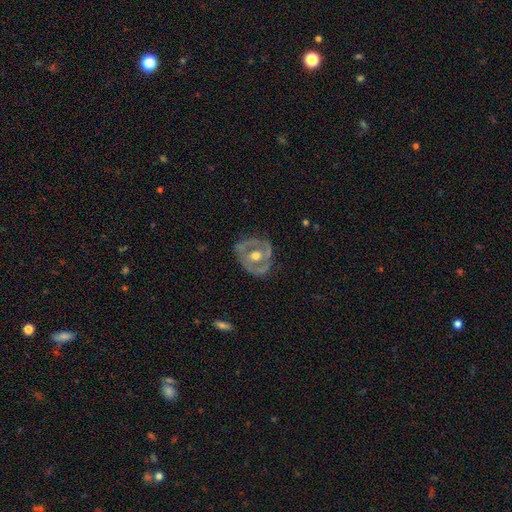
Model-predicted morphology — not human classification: smooth_or_featured: featured or disk (p=0.72) [alt: smooth p=0.22]
disk_edge_on: no (p=0.95) [alt: yes p=0.05]
bar: no (p=0.69) [alt: weak p=0.22]
has_spiral_arms: no (p=0.63) [alt: yes p=0.37]
bulge_size: moderate (p=0.76) [alt: large p=0.13]
merging: none (p=0.73) [alt: minor disturbance p=0.18]